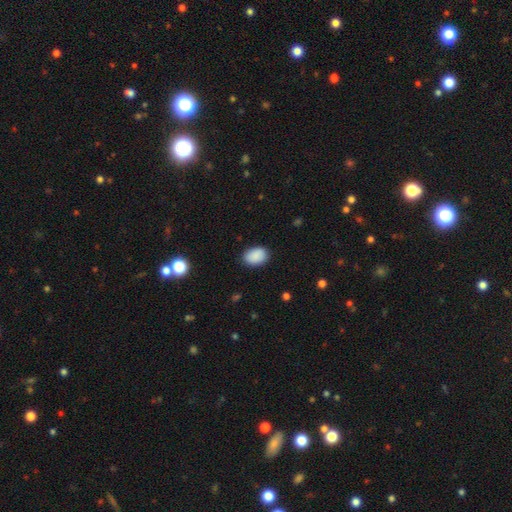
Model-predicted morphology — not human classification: smooth-or-featured: smooth: 89% | star or artifact: 7% | featured or disk: 4%
  how-rounded: in between: 82% | round: 17% | cigar-shaped: 1%
  merging: none: 86% | minor disturbance: 11% | major disturbance: 2% | merger: 1%